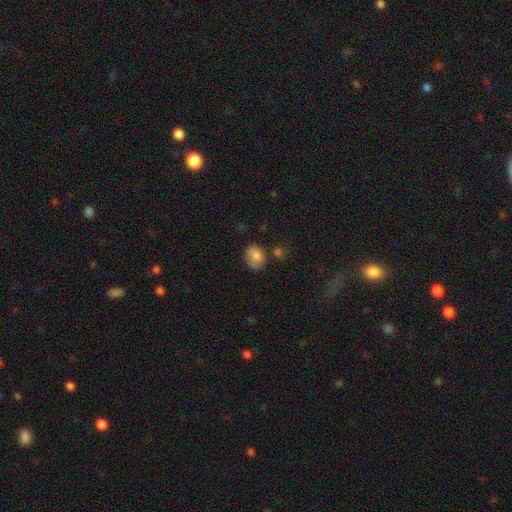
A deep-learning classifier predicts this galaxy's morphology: smooth 80%, featured or disk 12%, star or artifact 9%. Down the decision tree: how rounded — in between (71%); merging — none (58%).